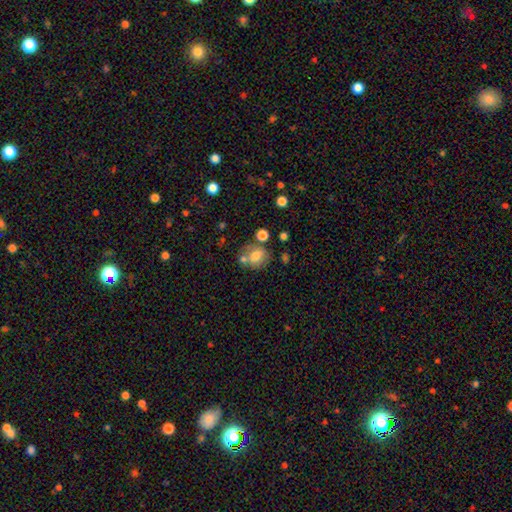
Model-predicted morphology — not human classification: A smooth galaxy with no disk features (68%) that is round (59%). Merging: none (52%).